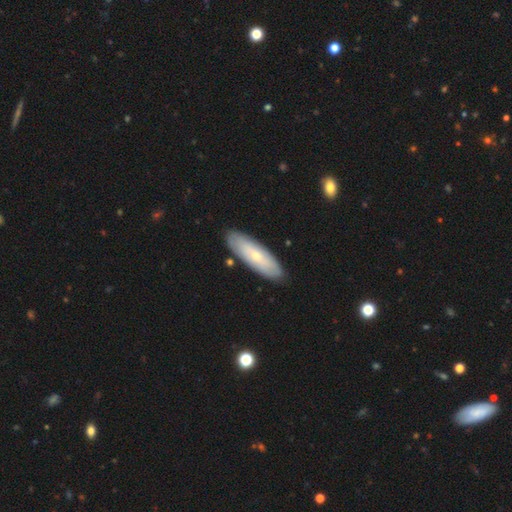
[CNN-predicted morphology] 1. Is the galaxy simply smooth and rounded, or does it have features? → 58% smooth, 36% featured or disk, 6% star or artifact.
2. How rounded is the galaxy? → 51% in between, 47% cigar-shaped, 2% round.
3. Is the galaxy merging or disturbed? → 86% none, 10% minor disturbance, 2% major disturbance, 2% merger.